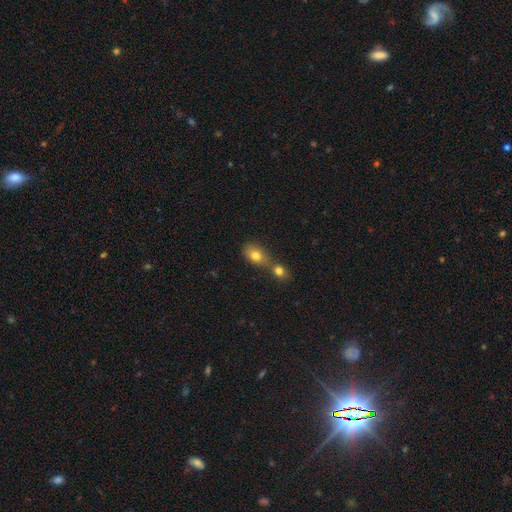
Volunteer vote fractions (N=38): smooth-or-featured: smooth: 92% | star or artifact: 5% | featured or disk: 3%
  how-rounded: in between: 74% | round: 23% | cigar-shaped: 3%
  merging: merger: 75% | none: 17% | minor disturbance: 6% | major disturbance: 3%